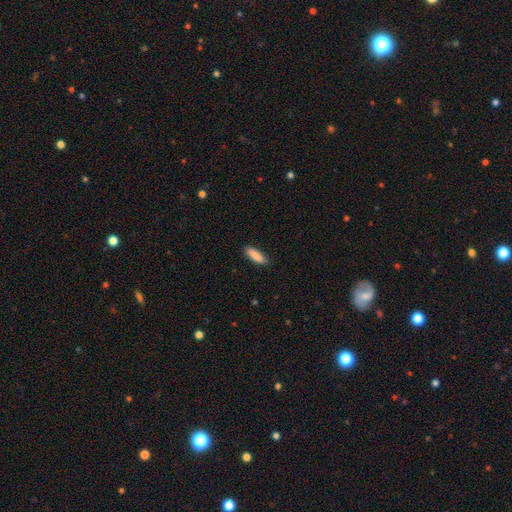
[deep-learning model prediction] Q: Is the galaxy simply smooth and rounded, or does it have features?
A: smooth — 87%.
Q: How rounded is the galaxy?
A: cigar-shaped — 59%.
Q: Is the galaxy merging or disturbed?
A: none — 87%.